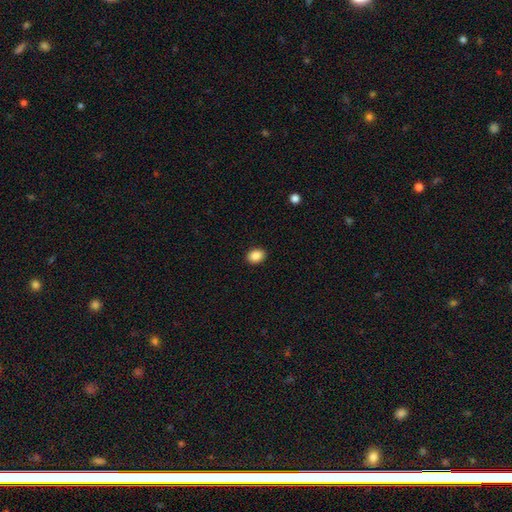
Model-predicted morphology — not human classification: Smooth or featured?
  - smooth: 88% *
  - star or artifact: 8%
  - featured or disk: 3%
How rounded?
  - in between: 65% *
  - round: 34%
  - cigar-shaped: 1%
Merging?
  - none: 91% *
  - minor disturbance: 6%
  - major disturbance: 2%
  - merger: 1%